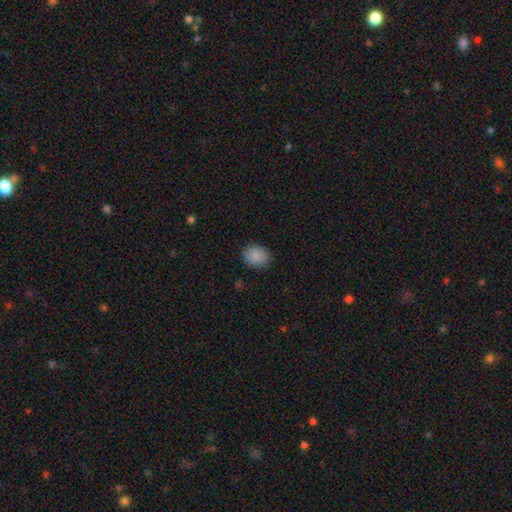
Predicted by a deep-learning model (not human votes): Overall: smooth (88%). How rounded: round (54%; in between 45%). Merging: none (86%).